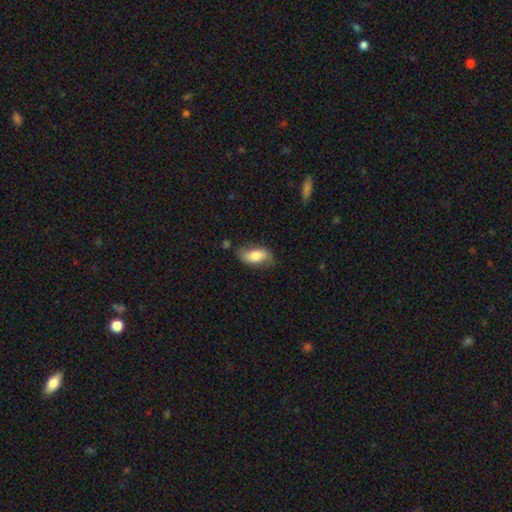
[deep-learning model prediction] smooth-or-featured: smooth: 64% | featured or disk: 29% | star or artifact: 7%
  how-rounded: in between: 88% | cigar-shaped: 7% | round: 5%
  merging: none: 66% | minor disturbance: 24% | major disturbance: 7% | merger: 3%